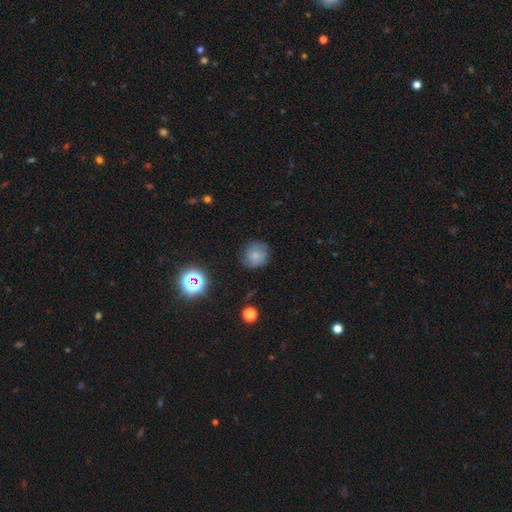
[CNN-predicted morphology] smooth_or_featured: smooth (p=0.68) [alt: featured or disk p=0.19]
how_rounded: round (p=0.87) [alt: in between p=0.12]
merging: none (p=0.76) [alt: minor disturbance p=0.17]